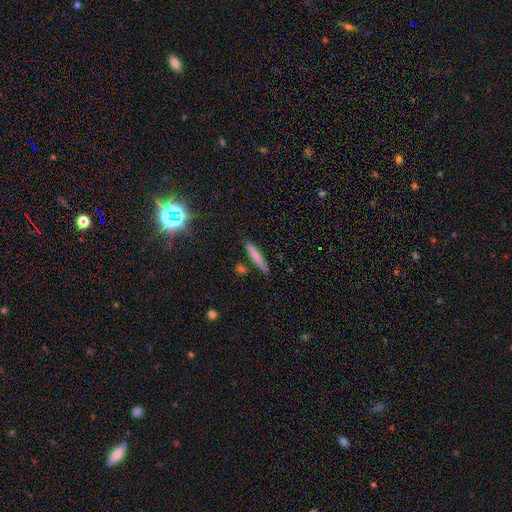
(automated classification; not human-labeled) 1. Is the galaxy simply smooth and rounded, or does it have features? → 73% smooth, 20% featured or disk, 7% star or artifact.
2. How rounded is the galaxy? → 93% cigar-shaped, 5% in between, 1% round.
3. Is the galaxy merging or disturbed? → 82% none, 12% minor disturbance, 4% merger, 2% major disturbance.